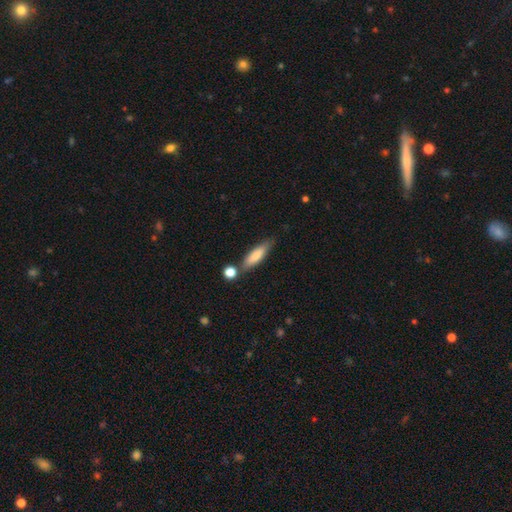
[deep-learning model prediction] Q: Smooth or featured?
A: smooth (79%); runner-up: featured or disk (15%)
Q: How rounded?
A: cigar-shaped (61%); runner-up: in between (37%)
Q: Merging?
A: none (67%); runner-up: minor disturbance (17%)